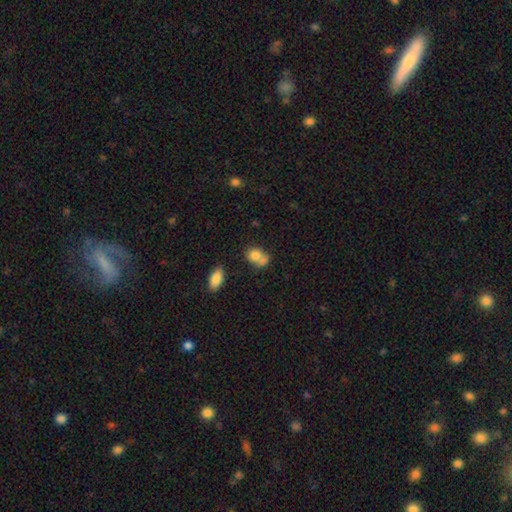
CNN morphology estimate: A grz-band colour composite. It shows a smooth galaxy with no disk features (77%) that is in between round and cigar-shaped (54%). Merging: merger (48%).